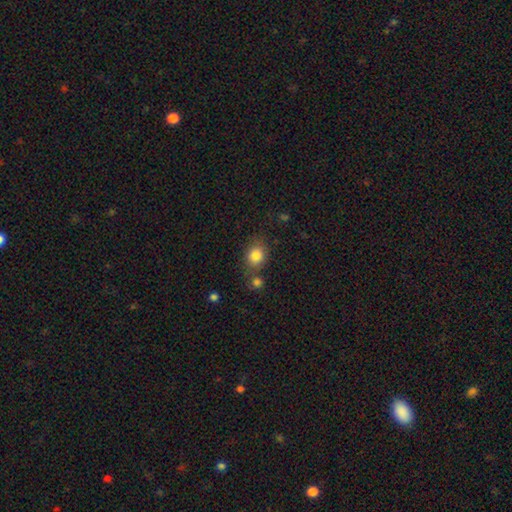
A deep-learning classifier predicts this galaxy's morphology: Smooth or featured: smooth — 84% (star or artifact — 10%)
How rounded: round — 65% (in between — 34%)
Merging: none — 67% (merger — 14%)